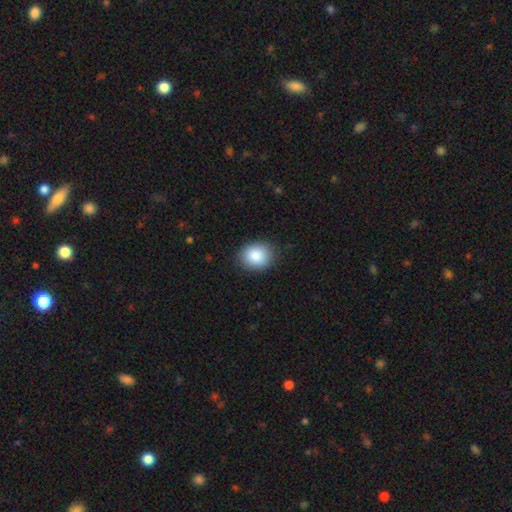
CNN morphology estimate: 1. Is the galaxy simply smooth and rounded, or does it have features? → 87% smooth, 8% star or artifact, 5% featured or disk.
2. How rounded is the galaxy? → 60% round, 39% in between, 1% cigar-shaped.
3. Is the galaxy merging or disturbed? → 87% none, 9% minor disturbance, 2% major disturbance, 1% merger.